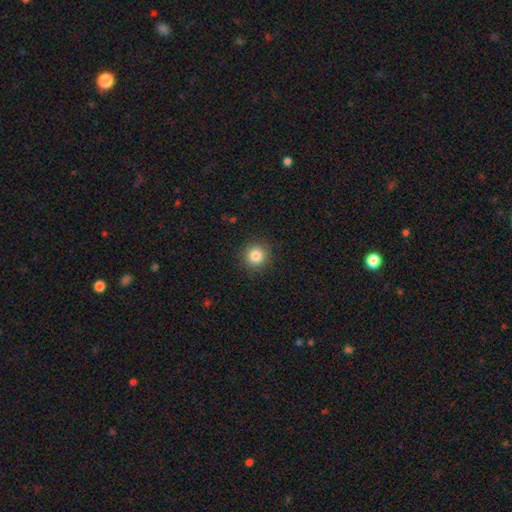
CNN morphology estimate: smooth 84%, star or artifact 11%, featured or disk 5%. Down the decision tree: how rounded — round (92%); merging — none (90%).